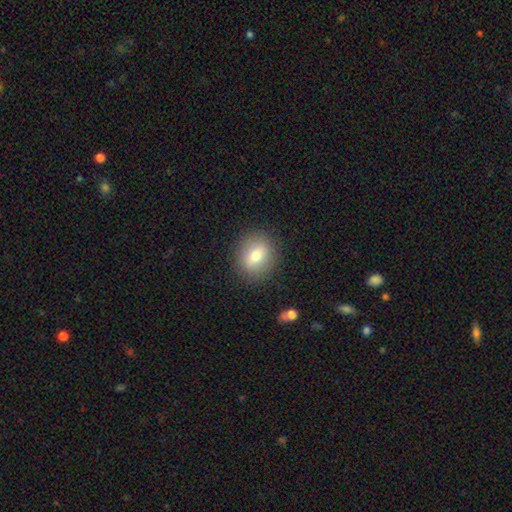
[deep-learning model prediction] smooth 72%, featured or disk 19%, star or artifact 9%. Down the decision tree: how rounded — round (58%); merging — none (87%).